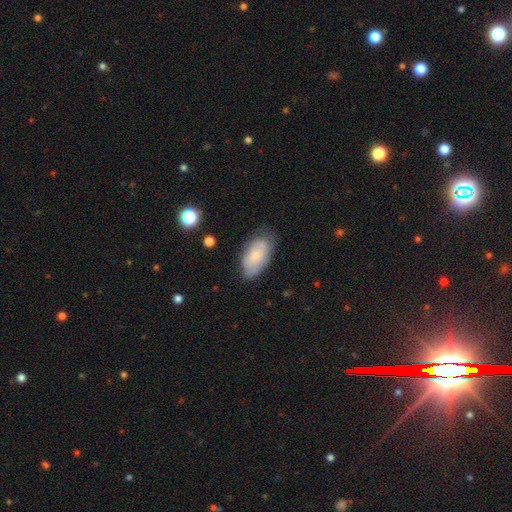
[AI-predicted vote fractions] This is likely a smooth galaxy (71%). How rounded: clearly in between (94%). Merging: likely none (65%).